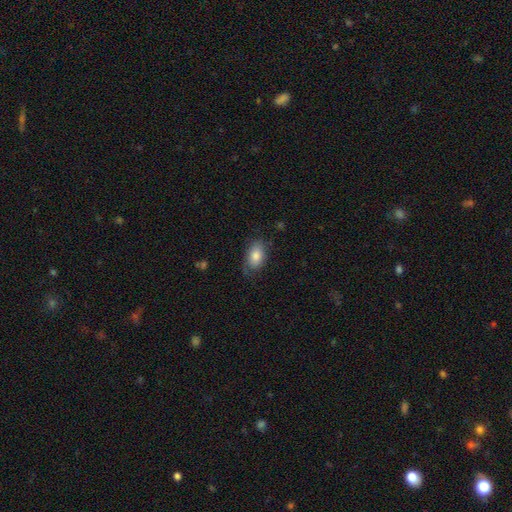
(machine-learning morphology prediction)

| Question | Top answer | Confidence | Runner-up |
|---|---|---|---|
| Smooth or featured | smooth | 80% | featured or disk (13%) |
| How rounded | in between | 91% | round (7%) |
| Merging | none | 69% | minor disturbance (23%) |